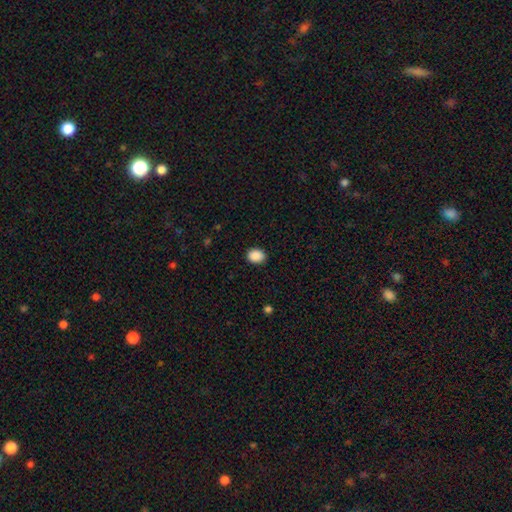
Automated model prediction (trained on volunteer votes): Q: Smooth or featured?
A: smooth (90%); runner-up: star or artifact (8%)
Q: How rounded?
A: in between (58%); runner-up: round (41%)
Q: Merging?
A: none (88%); runner-up: minor disturbance (9%)